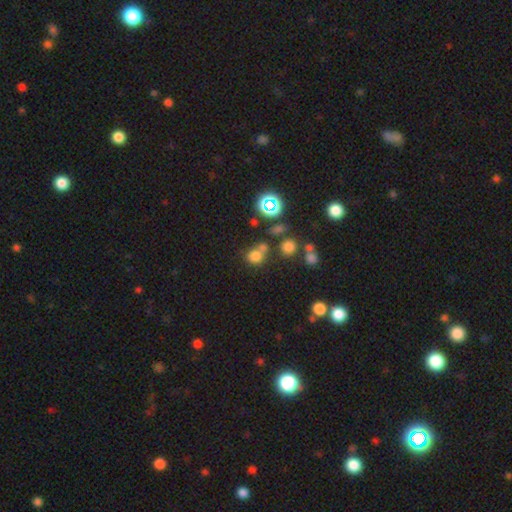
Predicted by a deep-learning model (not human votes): This is likely a smooth galaxy (68%). How rounded: likely round (77%). Merging: possibly none (52%).